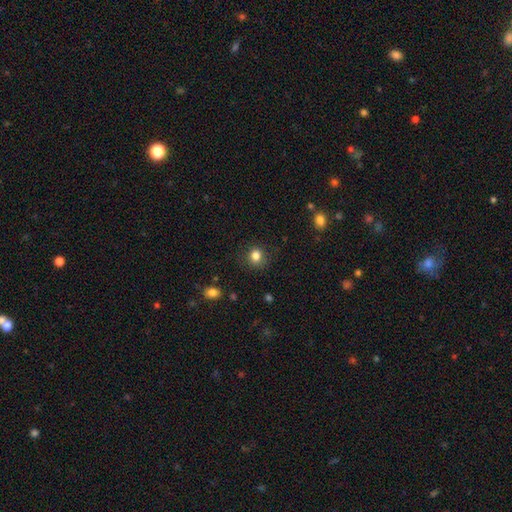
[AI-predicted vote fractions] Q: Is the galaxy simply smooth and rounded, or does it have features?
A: smooth — 82%.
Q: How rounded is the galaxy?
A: round — 83%.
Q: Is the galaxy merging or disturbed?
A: none — 87%.